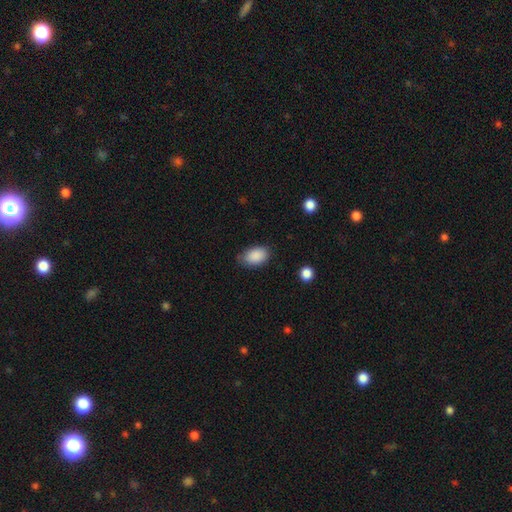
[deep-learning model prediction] A smooth galaxy with no disk features (89%) that is in between round and cigar-shaped (89%).

Vote fractions:
- Smooth or featured? smooth: 89% / star or artifact: 7% / featured or disk: 4%
- How rounded? in between: 89% / round: 10% / cigar-shaped: 1%
- Merging? none: 76% / minor disturbance: 19% / major disturbance: 4% / merger: 1%